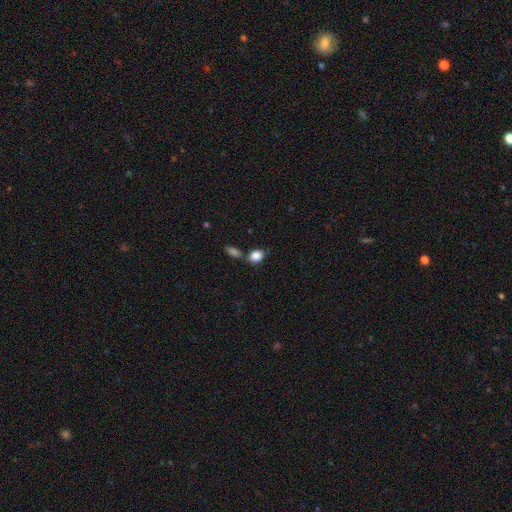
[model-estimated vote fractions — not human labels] Morphology: type=smooth (86%); roundness=in between (59%); merging=none (60%).